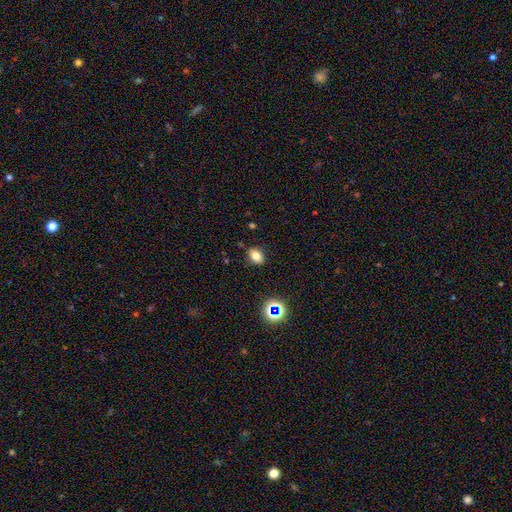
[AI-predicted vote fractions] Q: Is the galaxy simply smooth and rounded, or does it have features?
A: smooth — 75%.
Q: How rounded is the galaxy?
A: in between — 71%.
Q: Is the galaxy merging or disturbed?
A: none — 85%.